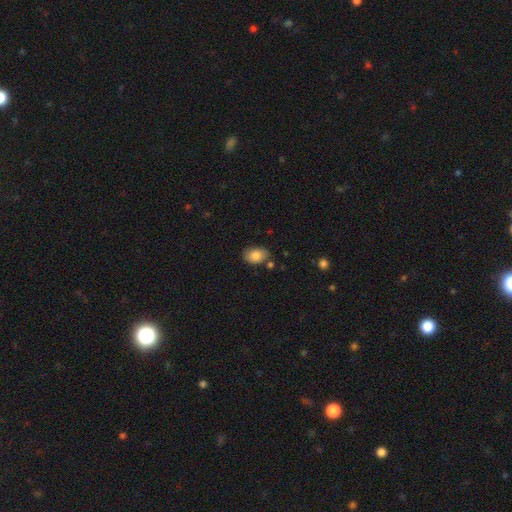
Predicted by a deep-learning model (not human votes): Smooth or featured? smooth (85%)
How rounded? in between (84%)
Merging? none (77%)